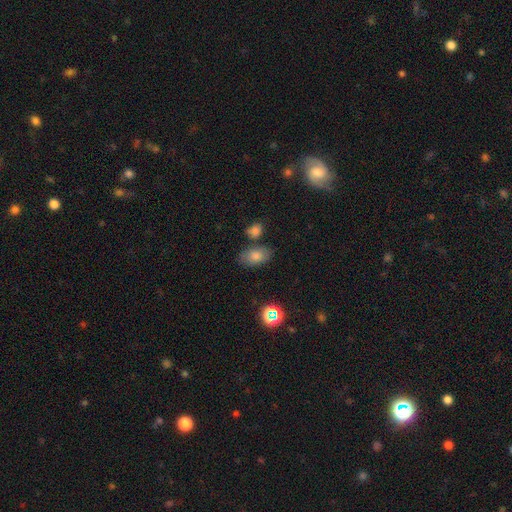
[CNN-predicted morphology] This appears to be a smooth galaxy with no disk features (73%) that is in between round and cigar-shaped (88%). Merging: none (72%).